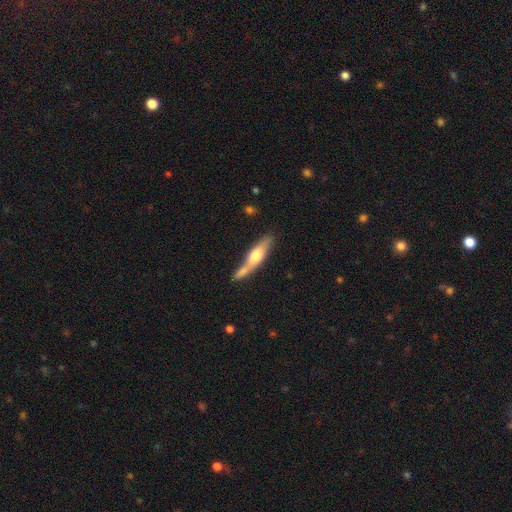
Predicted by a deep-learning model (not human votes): This is possibly a smooth galaxy (50%). How rounded: likely cigar-shaped (75%). Merging: possibly none (49%).